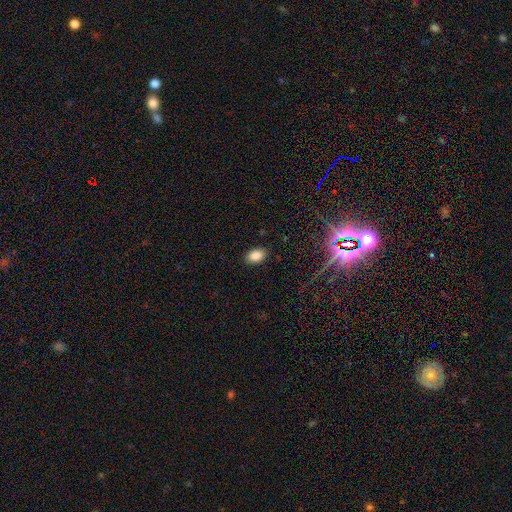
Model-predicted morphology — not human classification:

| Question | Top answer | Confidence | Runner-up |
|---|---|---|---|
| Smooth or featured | smooth | 86% | star or artifact (9%) |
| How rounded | in between | 88% | round (11%) |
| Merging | none | 88% | minor disturbance (9%) |